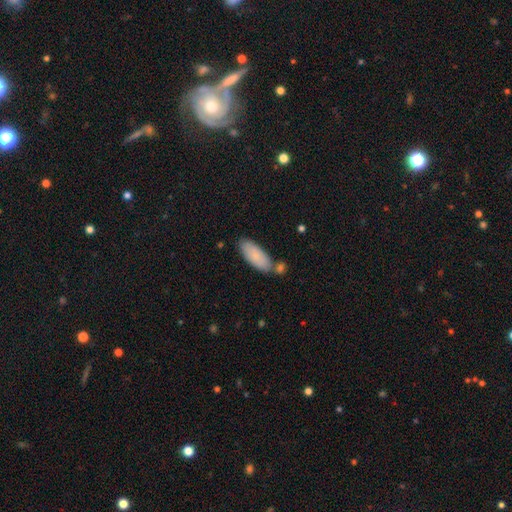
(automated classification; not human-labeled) smooth-or-featured: smooth: 83% | featured or disk: 11% | star or artifact: 6%
  how-rounded: in between: 79% | cigar-shaped: 19% | round: 2%
  merging: none: 69% | minor disturbance: 16% | merger: 12% | major disturbance: 3%